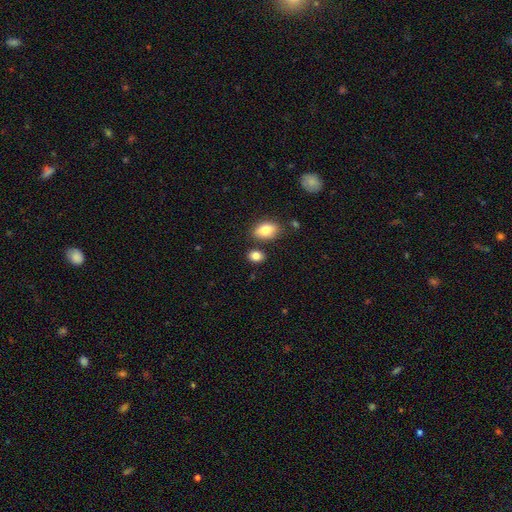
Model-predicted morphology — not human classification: Q: Smooth or featured?
A: smooth (84%); runner-up: star or artifact (9%)
Q: How rounded?
A: in between (70%); runner-up: round (28%)
Q: Merging?
A: none (76%); runner-up: minor disturbance (11%)